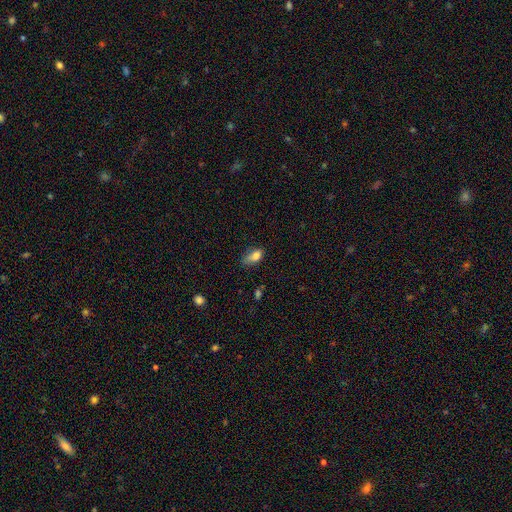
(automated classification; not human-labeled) Q: Smooth or featured?
A: smooth (79%); runner-up: featured or disk (12%)
Q: How rounded?
A: in between (86%); runner-up: round (8%)
Q: Merging?
A: none (41%); runner-up: minor disturbance (39%)